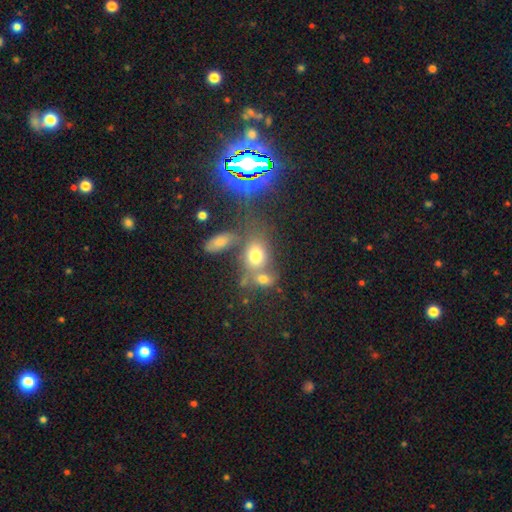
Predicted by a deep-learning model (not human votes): Morphology: type=smooth (68%); roundness=in between (53%); merging=none (43%).